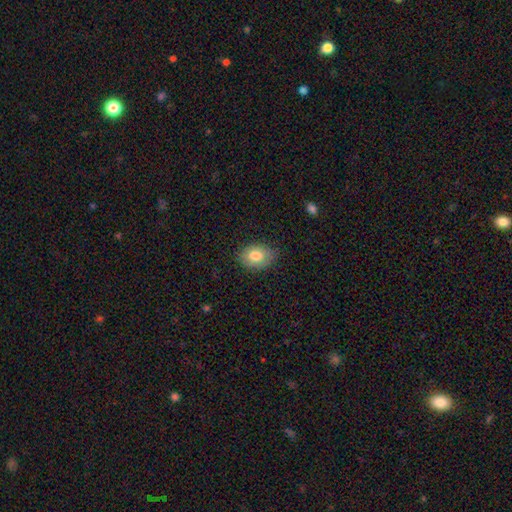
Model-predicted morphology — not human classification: Smooth or featured: smooth — 77% (featured or disk — 15%)
How rounded: in between — 77% (round — 22%)
Merging: none — 78% (minor disturbance — 18%)